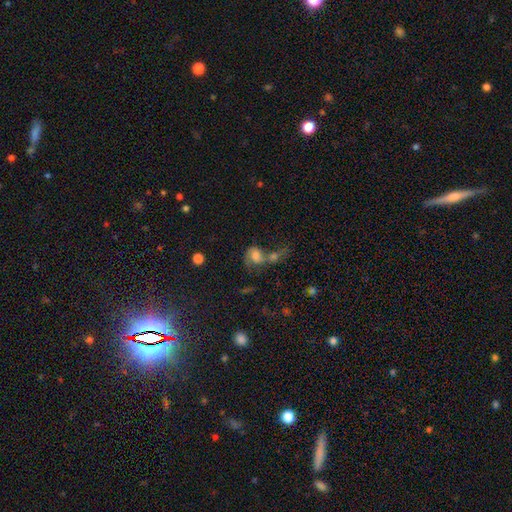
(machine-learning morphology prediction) Smooth or featured?
  - featured or disk: 46% *
  - smooth: 41%
  - star or artifact: 13%
Merging?
  - merger: 57% *
  - major disturbance: 17%
  - none: 17%
  - minor disturbance: 9%